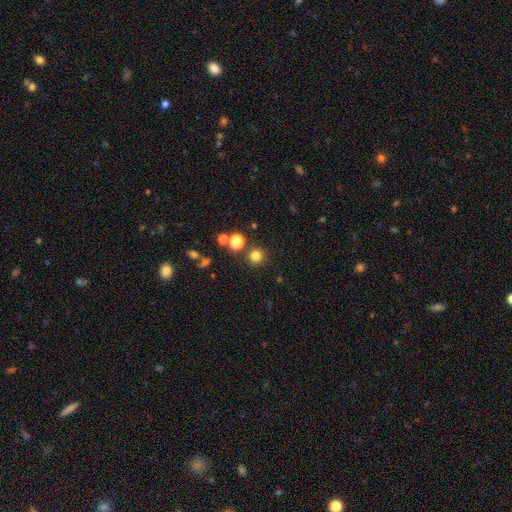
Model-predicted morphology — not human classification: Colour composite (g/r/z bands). It shows a smooth galaxy with no disk features (79%) that is round (94%). Merging: none (85%).